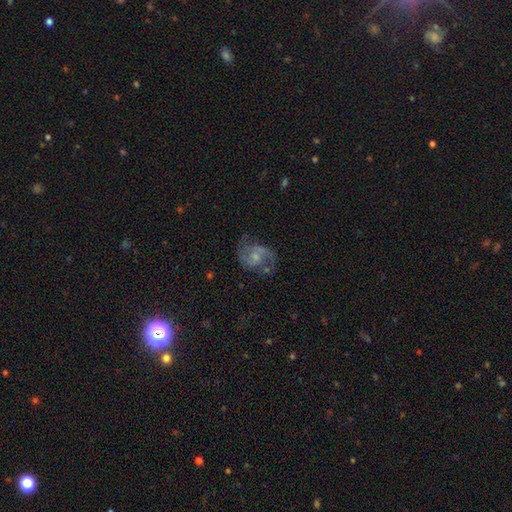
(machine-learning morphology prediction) Q: Smooth or featured?
A: featured or disk (81%); runner-up: smooth (12%)
Q: Edge-on disk?
A: no (98%); runner-up: yes (2%)
Q: Bar?
A: no (56%); runner-up: weak (38%)
Q: Spiral arms?
A: yes (94%); runner-up: no (6%)
Q: Spiral winding?
A: medium (53%); runner-up: loose (32%)
Q: Spiral arm count?
A: 2 (87%); runner-up: can't tell (5%)
Q: Bulge size?
A: small (50%); runner-up: moderate (31%)
Q: Merging?
A: none (62%); runner-up: minor disturbance (19%)